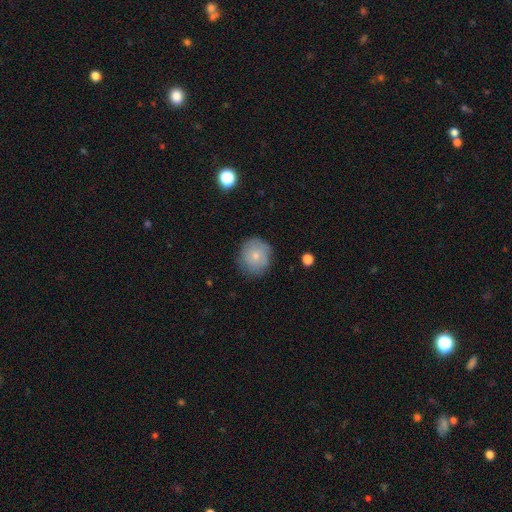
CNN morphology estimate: A smooth galaxy with no disk features (63%) that is round (82%).

Vote fractions:
- Smooth or featured? smooth: 63% / featured or disk: 29% / star or artifact: 8%
- How rounded? round: 82% / in between: 17% / cigar-shaped: 1%
- Merging? none: 75% / minor disturbance: 19% / major disturbance: 5% / merger: 1%